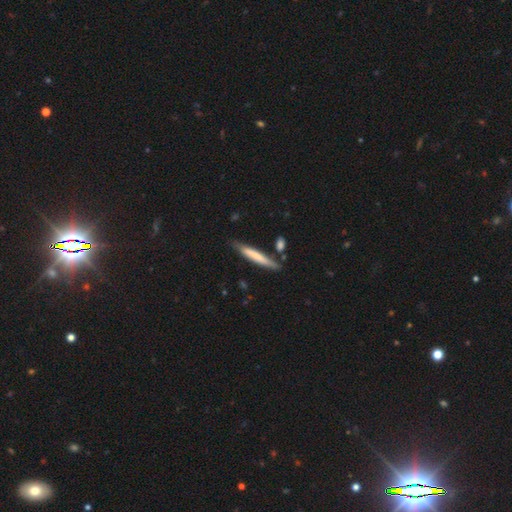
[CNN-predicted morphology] type=smooth (67%); roundness=cigar-shaped (93%); merging=none (76%).